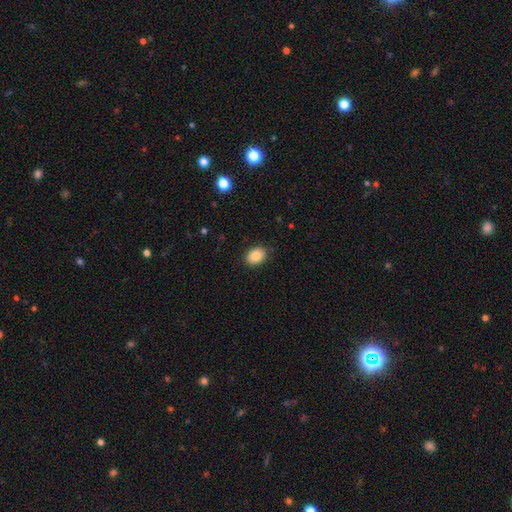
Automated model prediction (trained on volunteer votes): Q: Smooth or featured?
A: smooth (85%); runner-up: star or artifact (8%)
Q: How rounded?
A: in between (75%); runner-up: round (25%)
Q: Merging?
A: none (88%); runner-up: minor disturbance (9%)